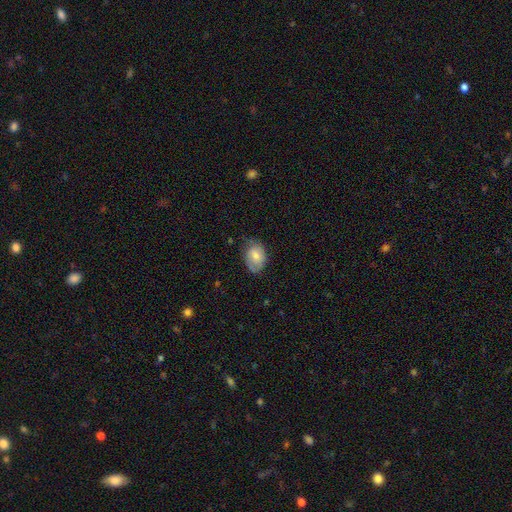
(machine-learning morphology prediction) This is likely a smooth galaxy (72%). How rounded: likely in between (77%). Merging: likely none (61%).